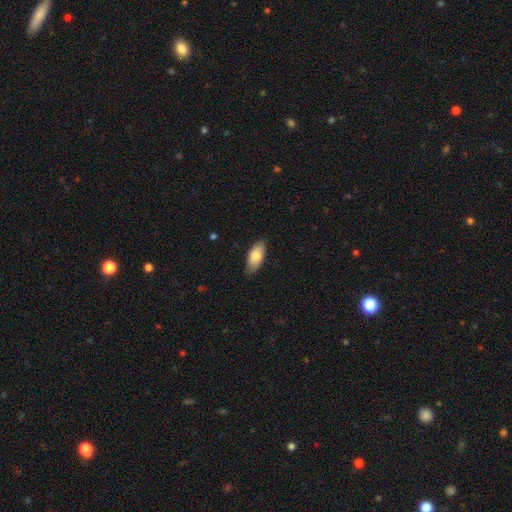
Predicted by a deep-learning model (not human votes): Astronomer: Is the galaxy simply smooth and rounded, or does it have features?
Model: smooth — 81%.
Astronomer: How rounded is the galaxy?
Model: in between — 87%.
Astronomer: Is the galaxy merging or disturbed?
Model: none — 82%.